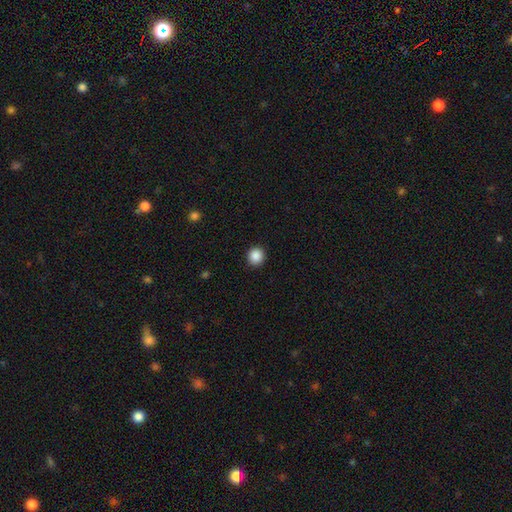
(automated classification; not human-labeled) Morphology: type=smooth (88%); roundness=round (92%); merging=none (92%).